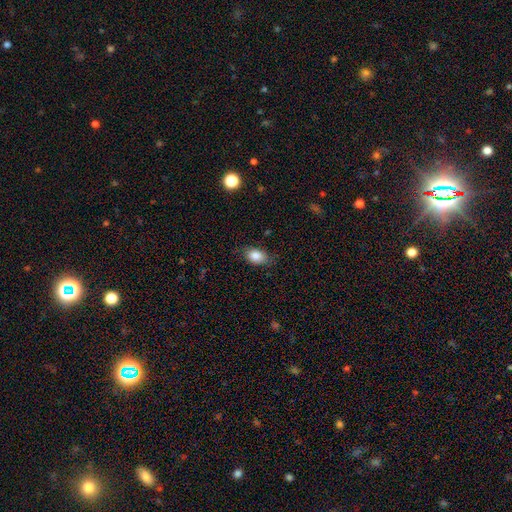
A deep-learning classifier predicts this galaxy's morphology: smooth_or_featured: smooth (p=0.84) [alt: star or artifact p=0.08]
how_rounded: in between (p=0.82) [alt: round p=0.16]
merging: none (p=0.79) [alt: minor disturbance p=0.16]